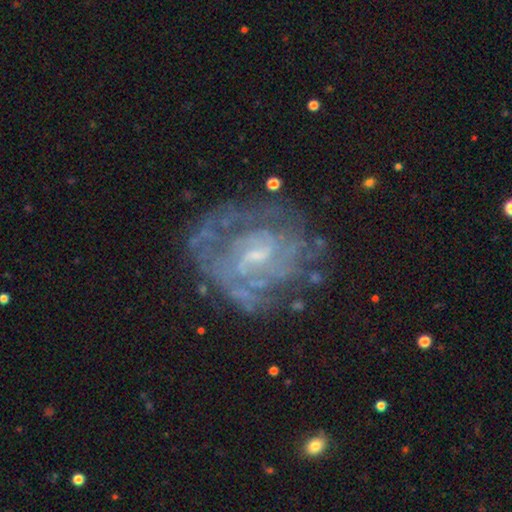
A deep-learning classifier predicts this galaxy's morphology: Smooth or featured?
  - featured or disk: 80% *
  - smooth: 11%
  - star or artifact: 9%
Edge-on disk?
  - no: 97% *
  - yes: 3%
Bar?
  - weak: 53% *
  - no: 32%
  - strong: 15%
Spiral arms?
  - yes: 77% *
  - no: 23%
Spiral winding?
  - tight: 57% *
  - medium: 32%
  - loose: 11%
Spiral arm count?
  - can't tell: 51% *
  - 2: 21%
  - 3: 12%
  - 4: 6%
  - 1: 6%
  - more than 4: 5%
Bulge size?
  - small: 55% *
  - moderate: 26%
  - none: 17%
  - large: 2%
  - dominant: 1%
Merging?
  - none: 65% *
  - minor disturbance: 19%
  - major disturbance: 14%
  - merger: 2%